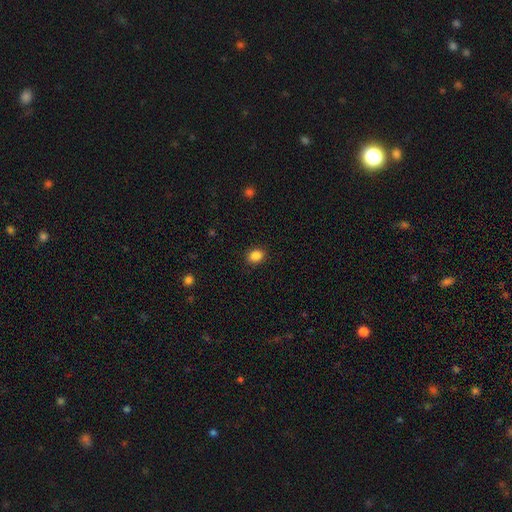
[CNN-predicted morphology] Smooth or featured?
  - smooth: 86% *
  - star or artifact: 10%
  - featured or disk: 4%
How rounded?
  - in between: 55% *
  - round: 44%
  - cigar-shaped: 1%
Merging?
  - none: 89% *
  - minor disturbance: 8%
  - major disturbance: 2%
  - merger: 1%